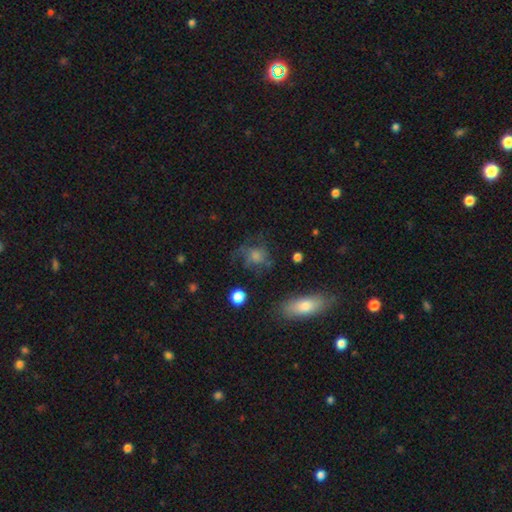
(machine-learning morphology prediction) This is possibly a smooth galaxy (46%). Merging: possibly none (58%).